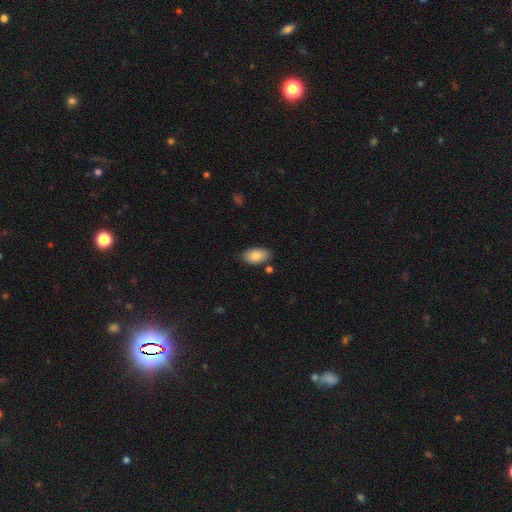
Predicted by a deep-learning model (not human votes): smooth 83%, featured or disk 10%, star or artifact 7%. Down the decision tree: how rounded — in between (94%); merging — none (82%).